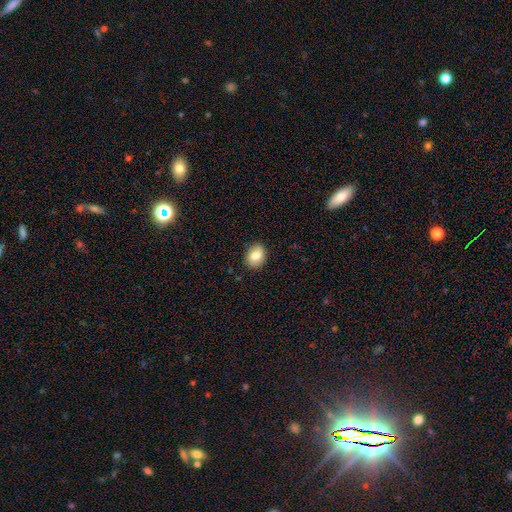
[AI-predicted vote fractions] A smooth galaxy with no disk features (81%) that is in between round and cigar-shaped (54%). Merging: none (86%).